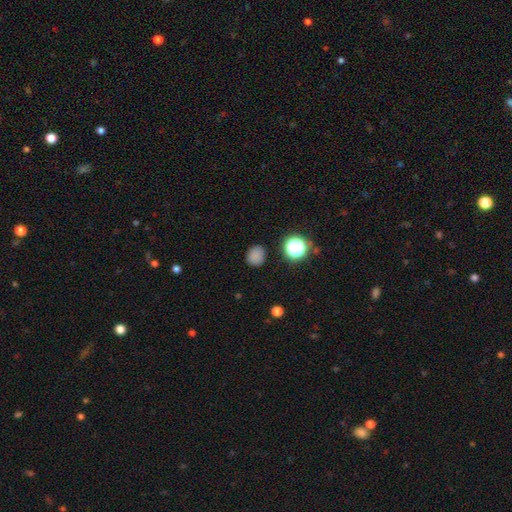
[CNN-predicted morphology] smooth-or-featured: smooth: 79% | star or artifact: 17% | featured or disk: 4%
  how-rounded: round: 82% | in between: 17% | cigar-shaped: 1%
  merging: none: 85% | minor disturbance: 10% | major disturbance: 3% | merger: 2%